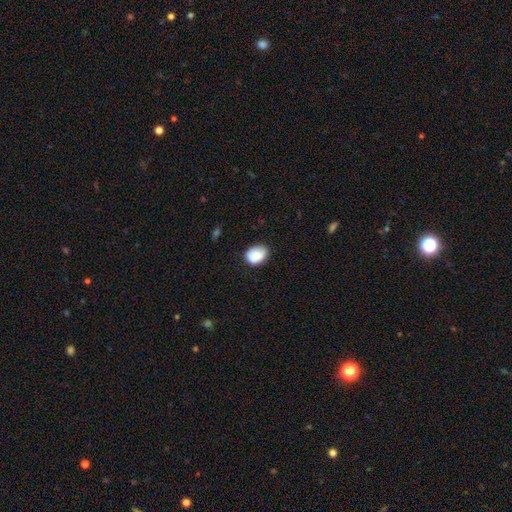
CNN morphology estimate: Overall: smooth (80%). How rounded: in between (62%; round 37%). Merging: none (71%).